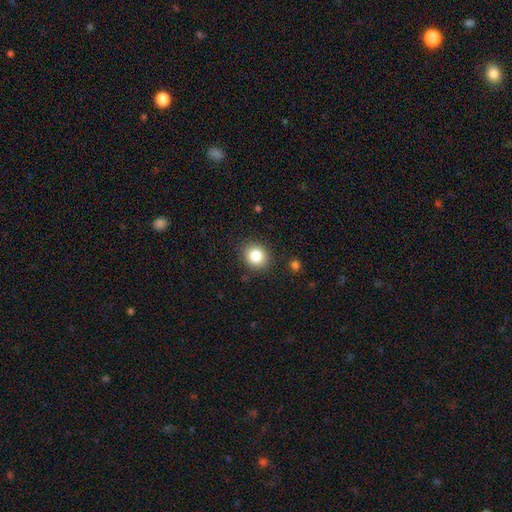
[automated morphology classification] Smooth or featured? smooth (83%)
How rounded? round (78%)
Merging? none (88%)